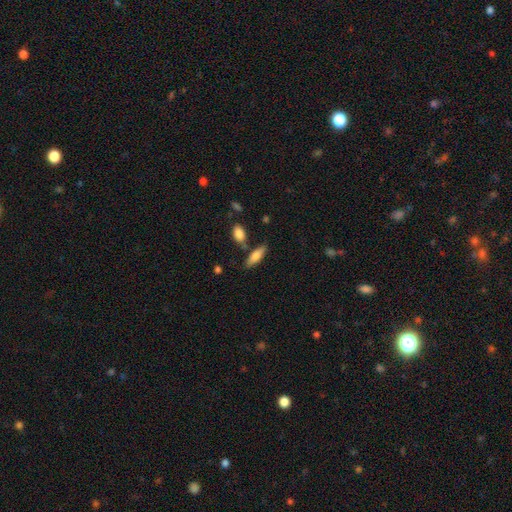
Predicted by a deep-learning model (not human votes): Q: Smooth or featured?
A: smooth (77%); runner-up: featured or disk (17%)
Q: How rounded?
A: in between (52%); runner-up: cigar-shaped (45%)
Q: Merging?
A: none (74%); runner-up: minor disturbance (14%)